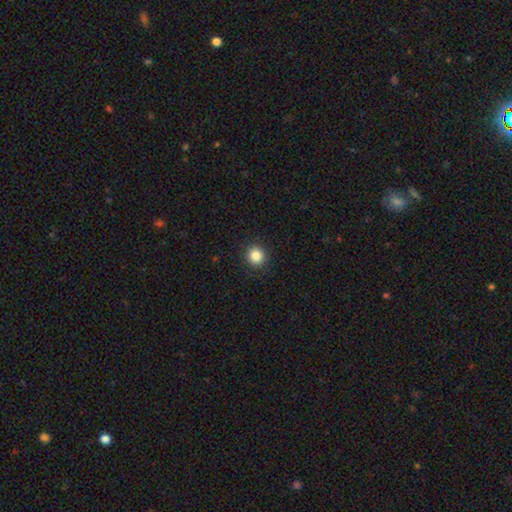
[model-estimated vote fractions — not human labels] A smooth galaxy with no disk features (86%) that is round (93%).

Vote fractions:
- Smooth or featured? smooth: 86% / star or artifact: 10% / featured or disk: 4%
- How rounded? round: 93% / in between: 7% / cigar-shaped: 1%
- Merging? none: 92% / minor disturbance: 5% / major disturbance: 2% / merger: 1%